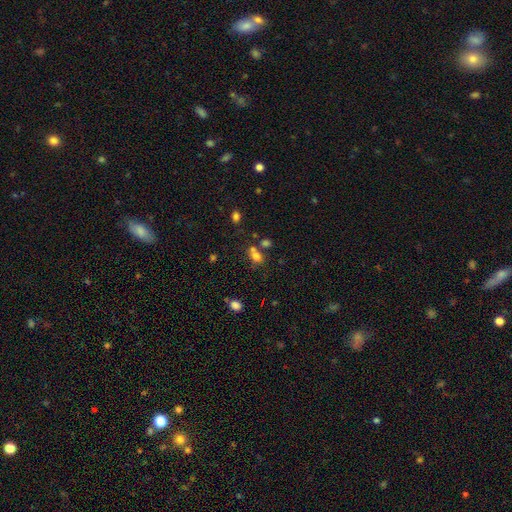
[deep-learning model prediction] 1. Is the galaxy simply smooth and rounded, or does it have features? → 71% smooth, 18% star or artifact, 11% featured or disk.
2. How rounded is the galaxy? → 53% in between, 45% round, 2% cigar-shaped.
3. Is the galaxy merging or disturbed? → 43% none, 40% merger, 11% minor disturbance, 6% major disturbance.